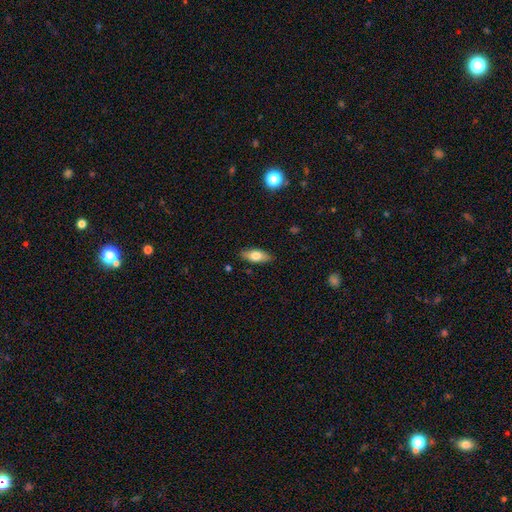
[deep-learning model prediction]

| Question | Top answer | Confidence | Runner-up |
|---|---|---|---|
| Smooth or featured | smooth | 68% | featured or disk (25%) |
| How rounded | in between | 78% | cigar-shaped (19%) |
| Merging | none | 86% | minor disturbance (10%) |